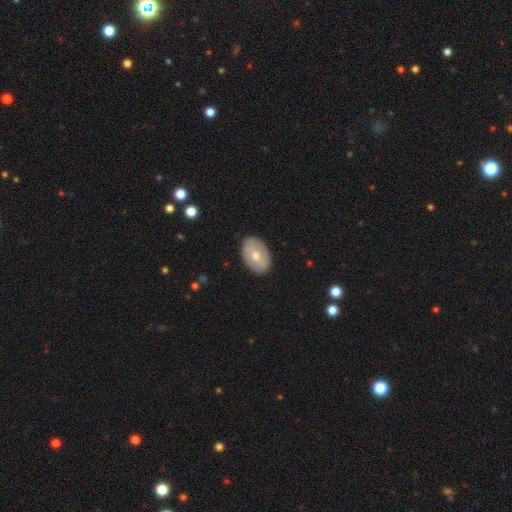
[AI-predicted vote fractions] smooth_or_featured: smooth (p=0.60) [alt: featured or disk p=0.35]
how_rounded: in between (p=0.85) [alt: round p=0.14]
merging: none (p=0.87) [alt: minor disturbance p=0.10]